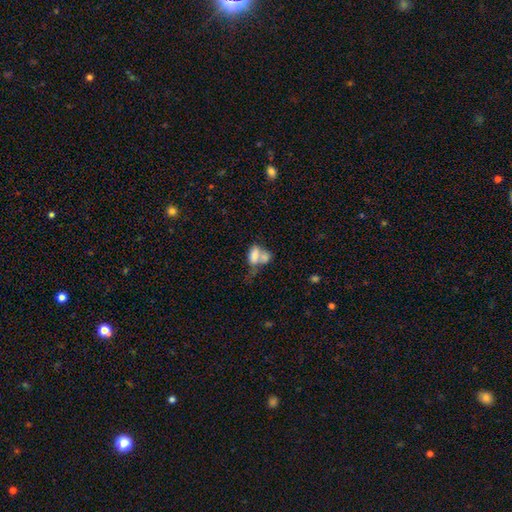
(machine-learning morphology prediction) This is likely a smooth galaxy (72%). How rounded: clearly in between (85%). Merging: likely merger (65%).